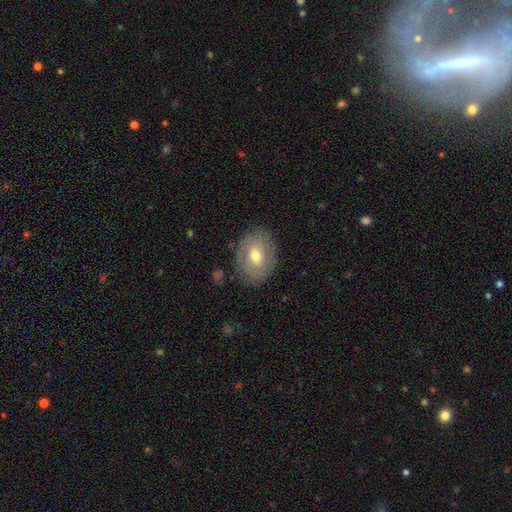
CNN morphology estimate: A smooth galaxy with no disk features (52%) that is in between round and cigar-shaped (63%).

Vote fractions:
- Smooth or featured? smooth: 52% / featured or disk: 40% / star or artifact: 7%
- How rounded? in between: 63% / round: 36% / cigar-shaped: 1%
- Merging? none: 81% / minor disturbance: 14% / major disturbance: 4% / merger: 1%